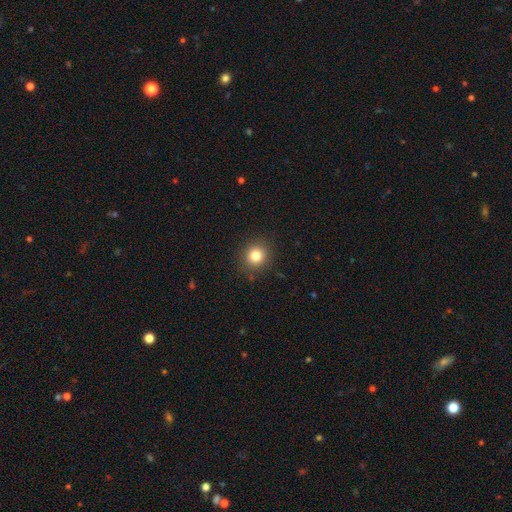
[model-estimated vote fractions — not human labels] Q: Smooth or featured?
A: smooth (82%); runner-up: star or artifact (12%)
Q: How rounded?
A: round (86%); runner-up: in between (13%)
Q: Merging?
A: none (89%); runner-up: minor disturbance (8%)